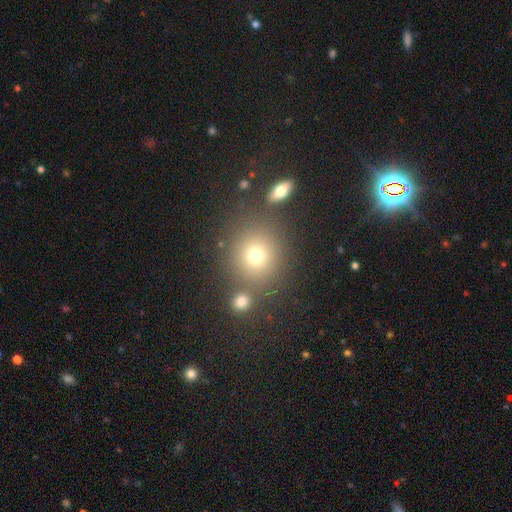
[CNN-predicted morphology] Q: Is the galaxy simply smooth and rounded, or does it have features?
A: smooth — 73%.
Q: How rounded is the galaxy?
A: round — 83%.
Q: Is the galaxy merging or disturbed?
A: none — 74%.